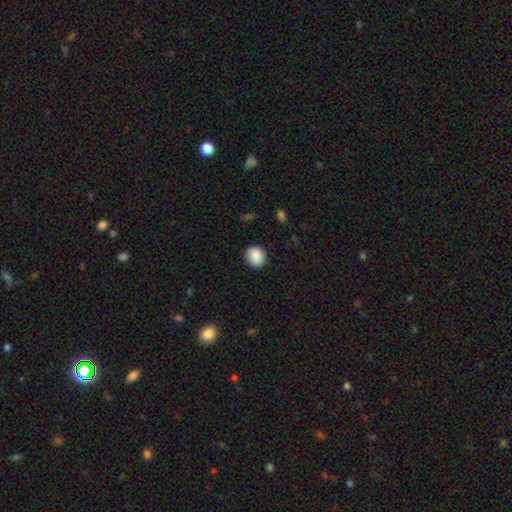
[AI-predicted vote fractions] Smooth or featured: smooth — 89% (star or artifact — 8%)
How rounded: round — 73% (in between — 26%)
Merging: none — 88% (minor disturbance — 9%)